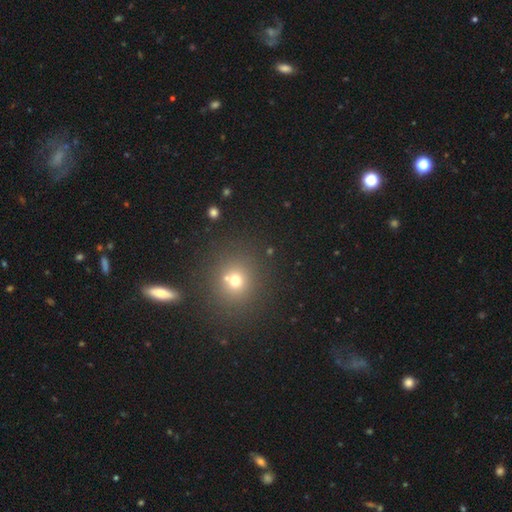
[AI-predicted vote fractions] smooth_or_featured: smooth (p=0.60) [alt: star or artifact p=0.32]
how_rounded: round (p=0.83) [alt: in between p=0.15]
merging: none (p=0.88) [alt: minor disturbance p=0.06]